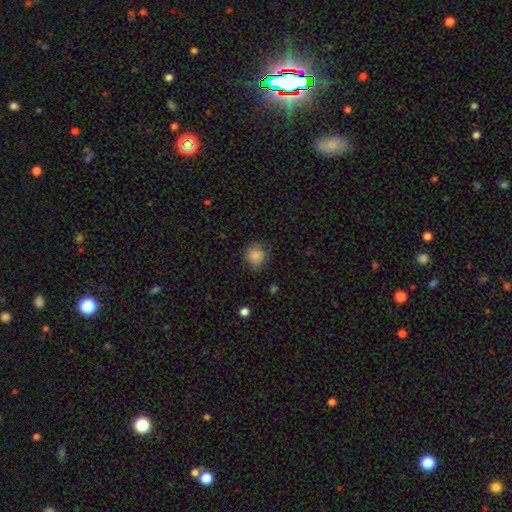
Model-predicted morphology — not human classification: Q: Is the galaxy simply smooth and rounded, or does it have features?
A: smooth — 83%.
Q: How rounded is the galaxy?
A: round — 85%.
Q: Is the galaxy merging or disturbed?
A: none — 76%.